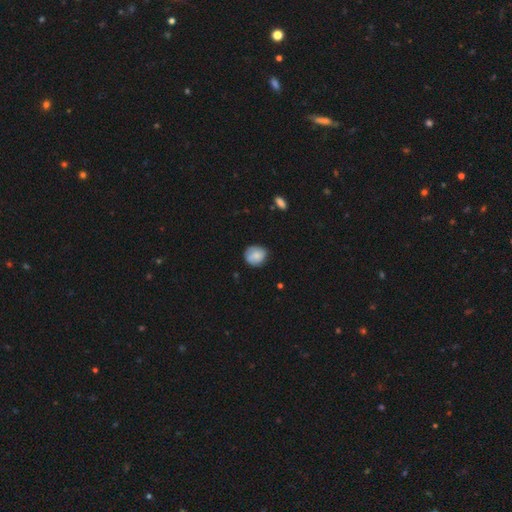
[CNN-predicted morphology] Smooth or featured: smooth — 80% (featured or disk — 12%)
How rounded: round — 79% (in between — 20%)
Merging: none — 76% (minor disturbance — 19%)